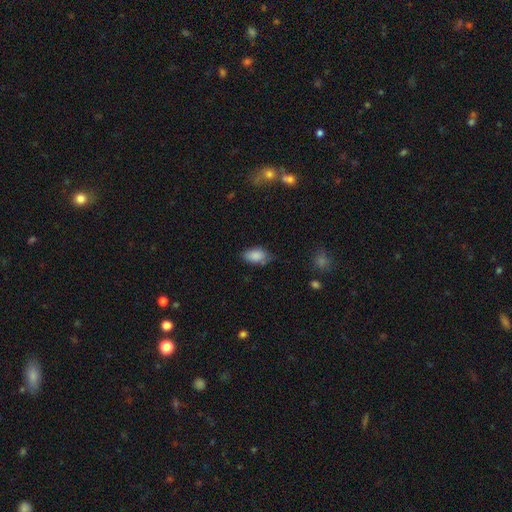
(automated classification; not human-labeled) A smooth galaxy with no disk features (87%) that is in between round and cigar-shaped (91%).

Vote fractions:
- Smooth or featured? smooth: 87% / star or artifact: 8% / featured or disk: 6%
- How rounded? in between: 91% / round: 7% / cigar-shaped: 2%
- Merging? none: 64% / minor disturbance: 28% / major disturbance: 6% / merger: 2%